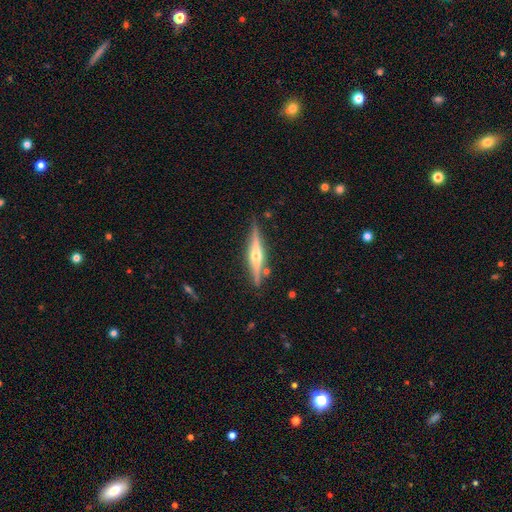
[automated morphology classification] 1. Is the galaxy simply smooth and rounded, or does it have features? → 78% featured or disk, 16% smooth, 6% star or artifact.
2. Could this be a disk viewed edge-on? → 98% yes, 2% no.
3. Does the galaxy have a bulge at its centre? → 91% rounded, 5% none, 4% boxy.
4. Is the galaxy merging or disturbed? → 87% none, 9% minor disturbance, 2% merger, 2% major disturbance.